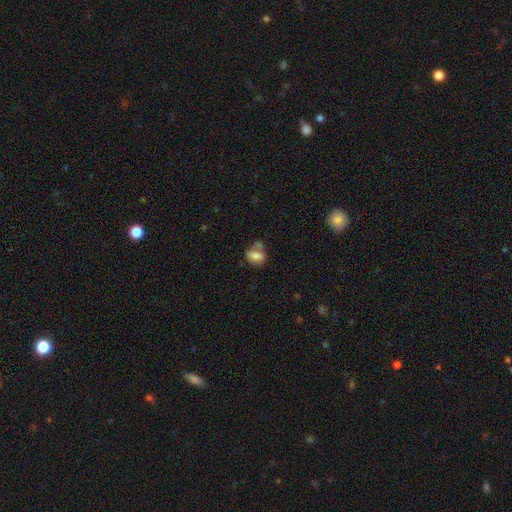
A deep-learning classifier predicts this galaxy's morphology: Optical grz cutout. It shows a smooth galaxy with no disk features (74%) that is in between round and cigar-shaped (74%). Merging: none (42%).